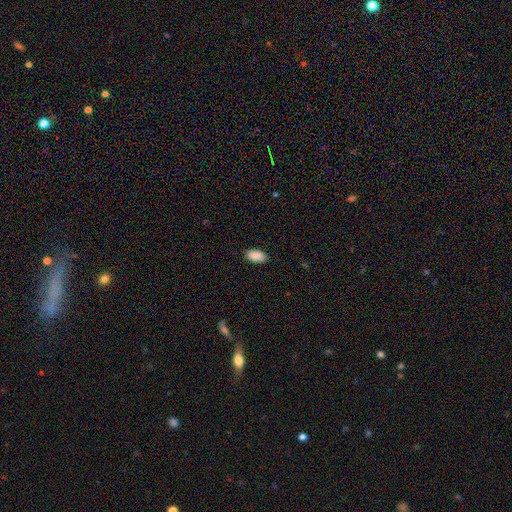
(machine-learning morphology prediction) Q: Smooth or featured?
A: smooth (90%); runner-up: star or artifact (7%)
Q: How rounded?
A: in between (95%); runner-up: round (3%)
Q: Merging?
A: none (87%); runner-up: minor disturbance (10%)